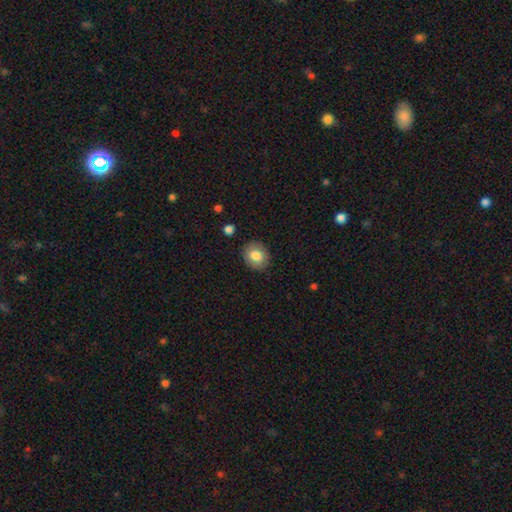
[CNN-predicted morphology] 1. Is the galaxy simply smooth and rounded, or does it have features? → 81% smooth, 11% featured or disk, 8% star or artifact.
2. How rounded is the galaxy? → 63% round, 37% in between, 1% cigar-shaped.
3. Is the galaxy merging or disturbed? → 88% none, 9% minor disturbance, 2% major disturbance, 1% merger.